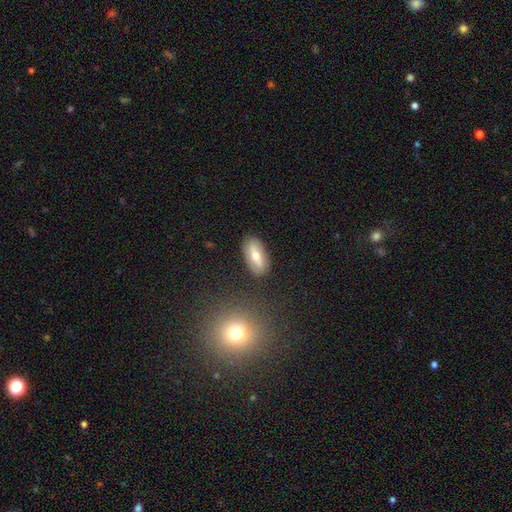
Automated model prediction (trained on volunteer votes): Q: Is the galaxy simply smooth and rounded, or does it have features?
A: smooth — 58%.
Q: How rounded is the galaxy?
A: in between — 84%.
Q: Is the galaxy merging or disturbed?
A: none — 84%.